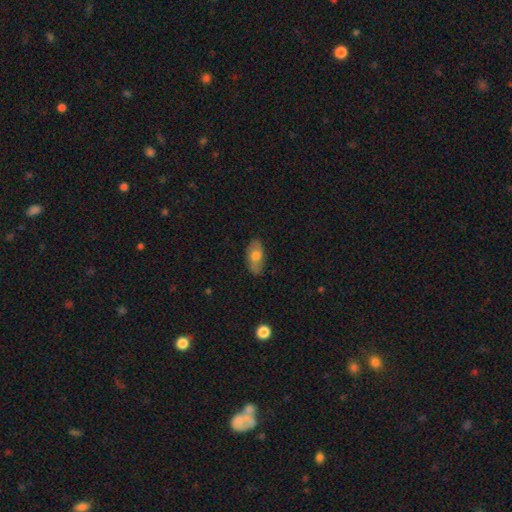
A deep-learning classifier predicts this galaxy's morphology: Q: Smooth or featured?
A: smooth (62%); runner-up: featured or disk (31%)
Q: How rounded?
A: in between (90%); runner-up: cigar-shaped (5%)
Q: Merging?
A: none (78%); runner-up: minor disturbance (17%)